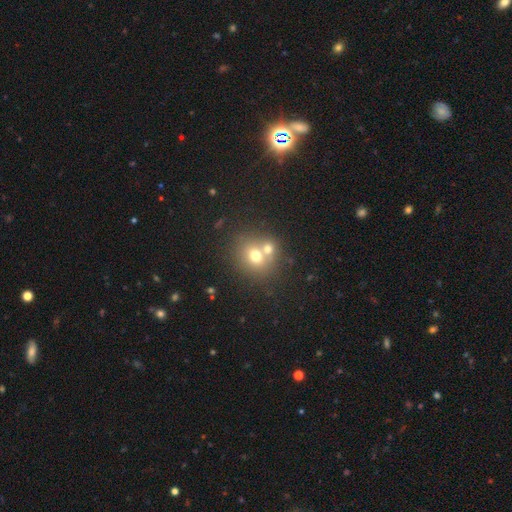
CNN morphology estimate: A smooth galaxy with no disk features (68%) that is round (73%). Merging: merger (48%).